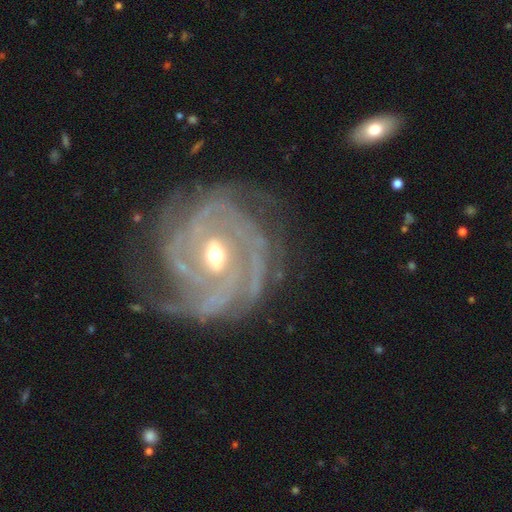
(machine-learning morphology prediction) Smooth or featured?
  - featured or disk: 91% *
  - star or artifact: 5%
  - smooth: 4%
Edge-on disk?
  - no: 97% *
  - yes: 3%
Bar?
  - no: 42% *
  - weak: 39%
  - strong: 19%
Spiral arms?
  - yes: 98% *
  - no: 2%
Spiral winding?
  - tight: 70% *
  - medium: 25%
  - loose: 5%
Spiral arm count?
  - 3: 29% *
  - can't tell: 19%
  - 4: 19%
  - 2: 17%
  - more than 4: 9%
  - 1: 7%
Bulge size?
  - moderate: 62% *
  - small: 34%
  - large: 3%
  - none: 1%
  - dominant: 1%
Merging?
  - none: 69% *
  - minor disturbance: 19%
  - major disturbance: 10%
  - merger: 2%